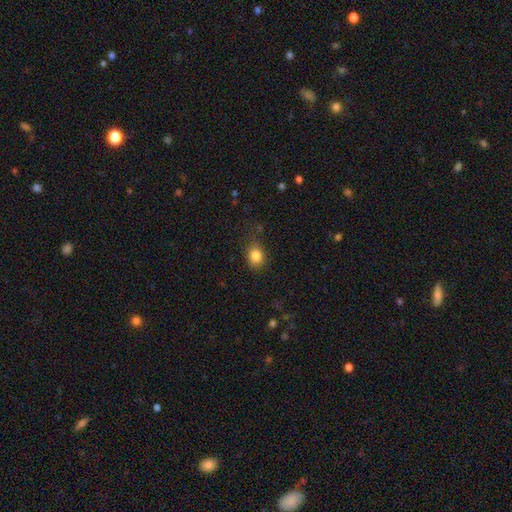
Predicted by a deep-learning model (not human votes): This is clearly a smooth galaxy (84%). How rounded: possibly round (55%). Merging: likely none (77%).